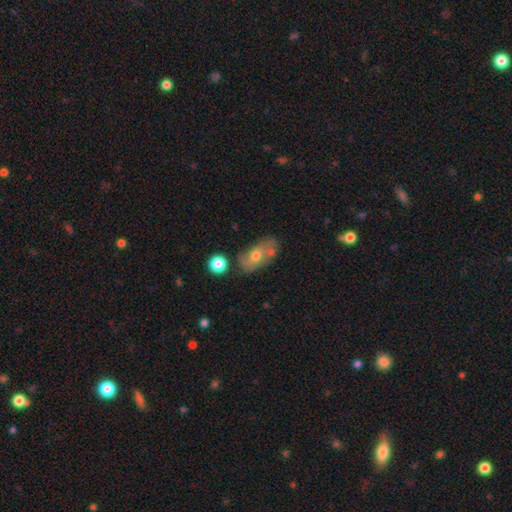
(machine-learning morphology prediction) Overall: smooth (49%; featured or disk 42%). Merging: none (56%; minor disturbance 23%).